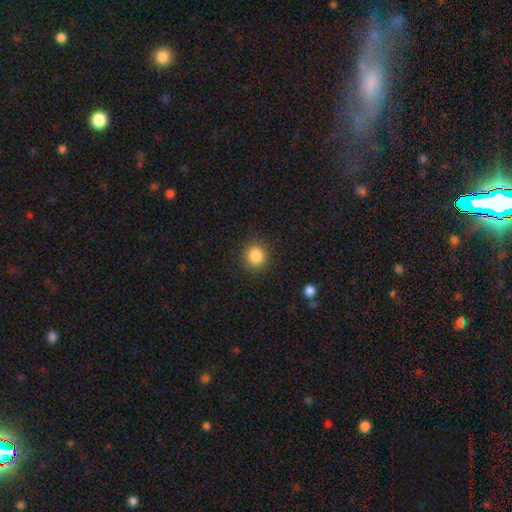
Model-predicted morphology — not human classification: This is clearly a smooth galaxy (86%). How rounded: clearly round (91%). Merging: clearly none (90%).